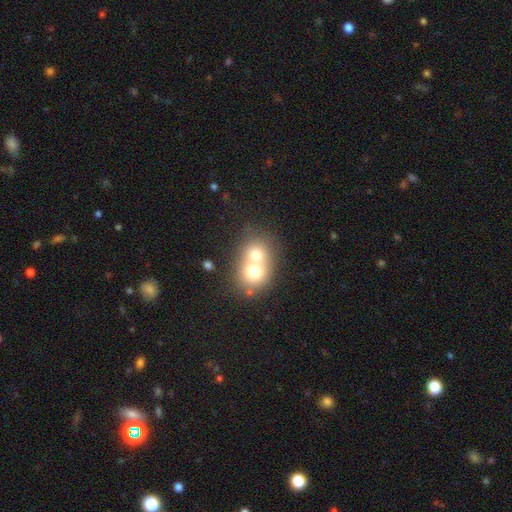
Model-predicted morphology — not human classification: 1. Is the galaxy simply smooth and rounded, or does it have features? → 67% smooth, 22% featured or disk, 10% star or artifact.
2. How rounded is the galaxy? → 67% round, 32% in between, 1% cigar-shaped.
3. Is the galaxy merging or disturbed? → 71% merger, 21% none, 5% minor disturbance, 3% major disturbance.